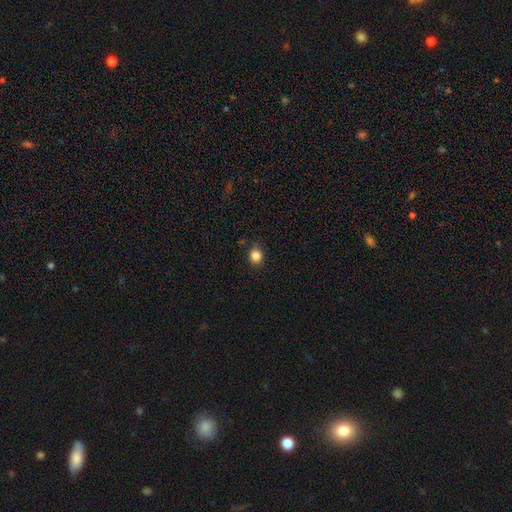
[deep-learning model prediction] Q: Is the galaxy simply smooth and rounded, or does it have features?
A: smooth — 85%.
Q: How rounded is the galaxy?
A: round — 78%.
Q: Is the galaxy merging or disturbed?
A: none — 86%.